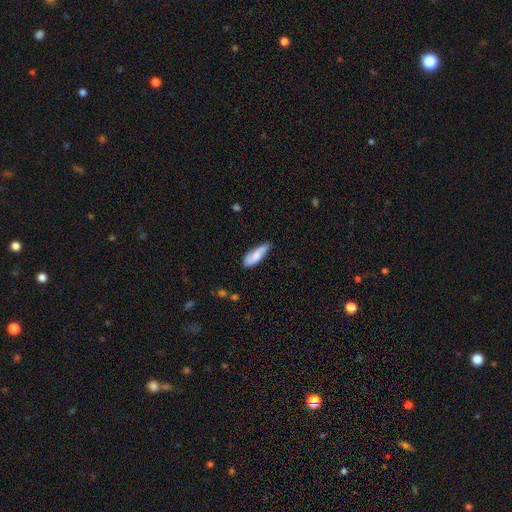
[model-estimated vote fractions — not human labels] Smooth or featured? Predicted: smooth (p=0.66). How rounded? Predicted: in between (p=0.61). Merging? Predicted: none (p=0.63).